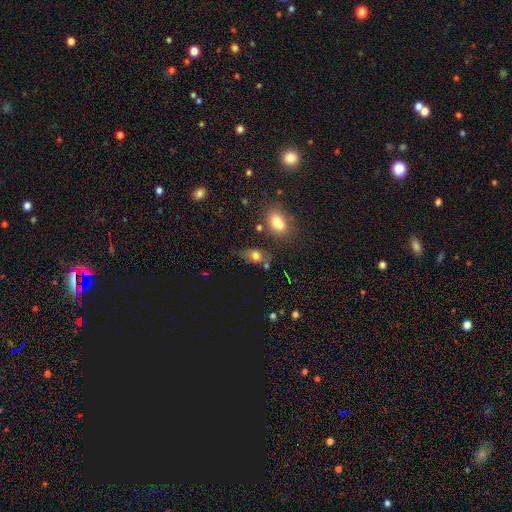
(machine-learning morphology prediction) The model was most divided on "merging": none: 51%, minor disturbance: 24%, merger: 14%, major disturbance: 11%. More confident: how rounded — in between (73%); smooth or featured — smooth (69%).